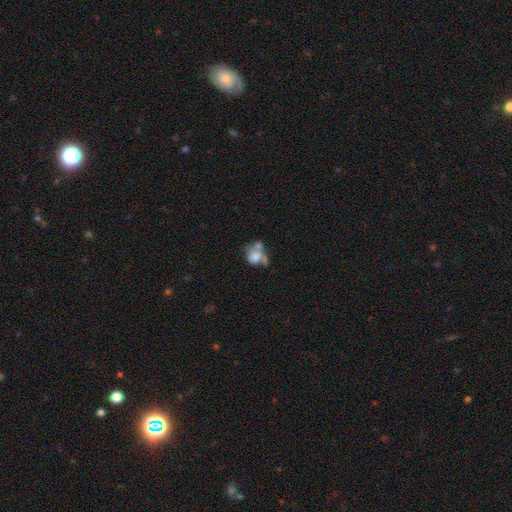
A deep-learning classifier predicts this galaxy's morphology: This is likely a smooth galaxy (66%). How rounded: possibly round (59%). Merging: marginally merger (43%).